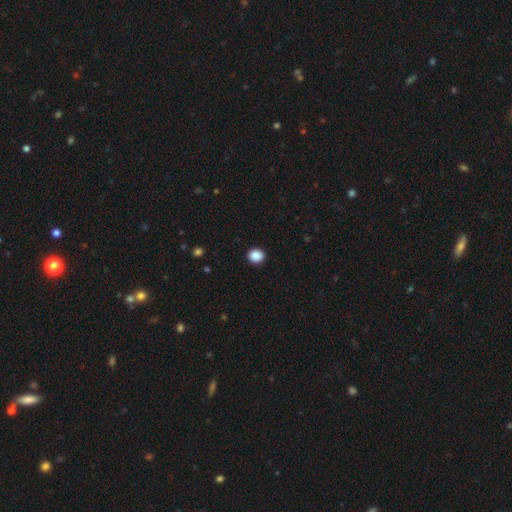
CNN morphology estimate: smooth 89%, star or artifact 9%, featured or disk 2%. Down the decision tree: how rounded — round (78%); merging — none (92%).